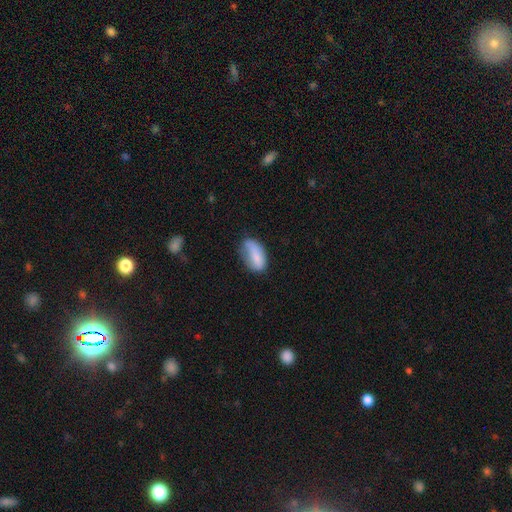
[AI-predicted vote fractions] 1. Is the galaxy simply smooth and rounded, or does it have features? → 77% smooth, 15% featured or disk, 7% star or artifact.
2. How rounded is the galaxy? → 90% in between, 5% cigar-shaped, 4% round.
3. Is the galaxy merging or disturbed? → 47% none, 36% minor disturbance, 14% major disturbance, 3% merger.